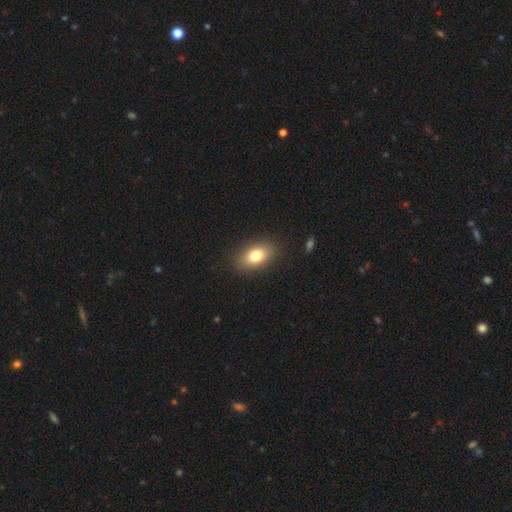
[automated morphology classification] The model was most divided on "smooth or featured": smooth: 80%, featured or disk: 12%, star or artifact: 9%. More confident: merging — none (88%); how rounded — in between (85%).